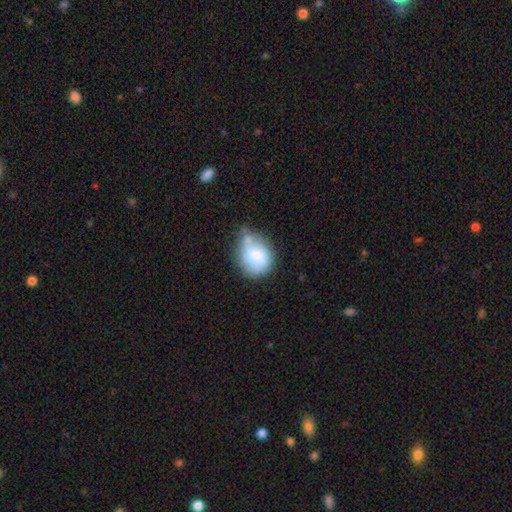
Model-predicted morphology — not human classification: This appears to be a smooth galaxy with no disk features (69%) that is round (63%). Merging: none (41%).